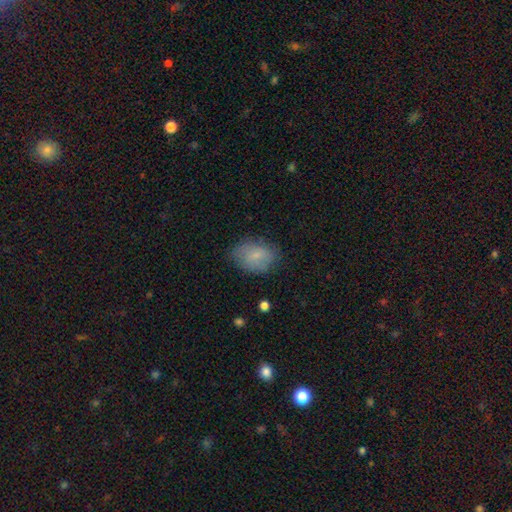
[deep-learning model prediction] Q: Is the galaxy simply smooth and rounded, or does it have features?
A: smooth — 77%.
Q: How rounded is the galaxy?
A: in between — 78%.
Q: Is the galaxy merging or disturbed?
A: none — 73%.